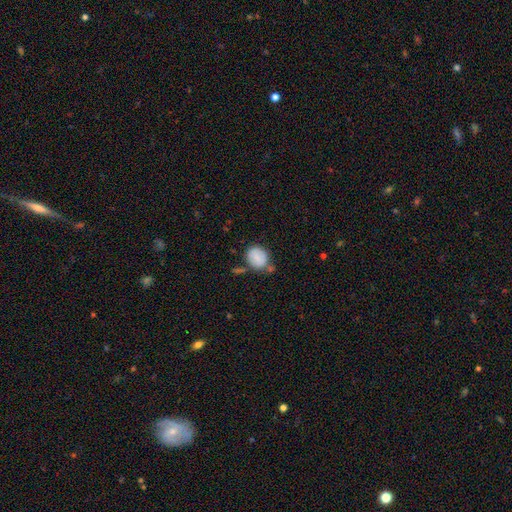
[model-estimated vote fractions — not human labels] Q: Smooth or featured?
A: smooth (80%); runner-up: featured or disk (12%)
Q: How rounded?
A: round (63%); runner-up: in between (36%)
Q: Merging?
A: none (59%); runner-up: minor disturbance (21%)